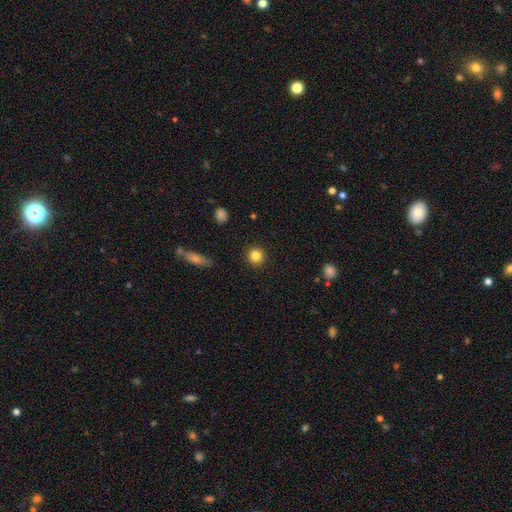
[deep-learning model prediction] Smooth or featured? Predicted: smooth (p=0.84). How rounded? Predicted: round (p=0.93). Merging? Predicted: none (p=0.92).